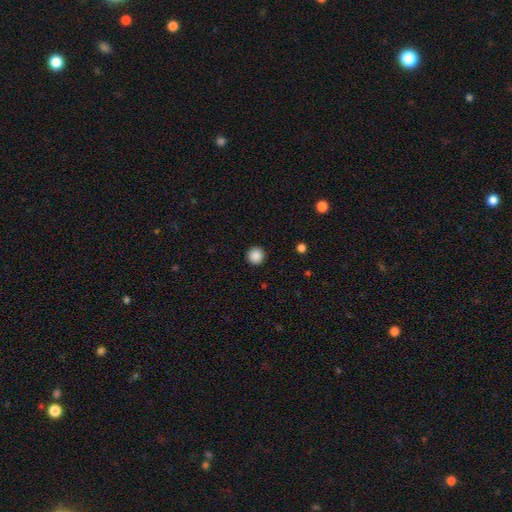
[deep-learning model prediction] Smooth or featured?
  - smooth: 88% *
  - star or artifact: 9%
  - featured or disk: 2%
How rounded?
  - round: 96% *
  - in between: 3%
  - cigar-shaped: 1%
Merging?
  - none: 92% *
  - minor disturbance: 5%
  - major disturbance: 2%
  - merger: 1%